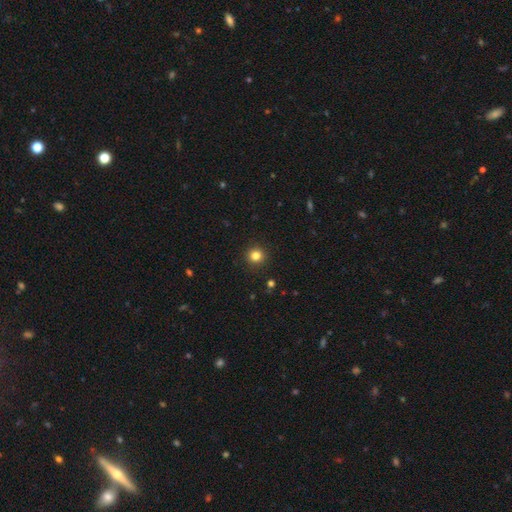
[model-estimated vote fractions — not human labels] smooth-or-featured: smooth: 82% | star or artifact: 13% | featured or disk: 5%
  how-rounded: round: 94% | in between: 5% | cigar-shaped: 1%
  merging: none: 93% | minor disturbance: 5% | major disturbance: 2% | merger: 1%